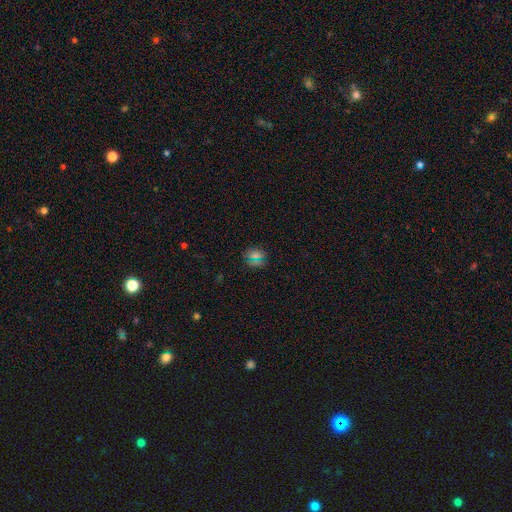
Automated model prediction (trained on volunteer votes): Overall: smooth (61%; star or artifact 31%). How rounded: round (68%). Merging: none (85%).